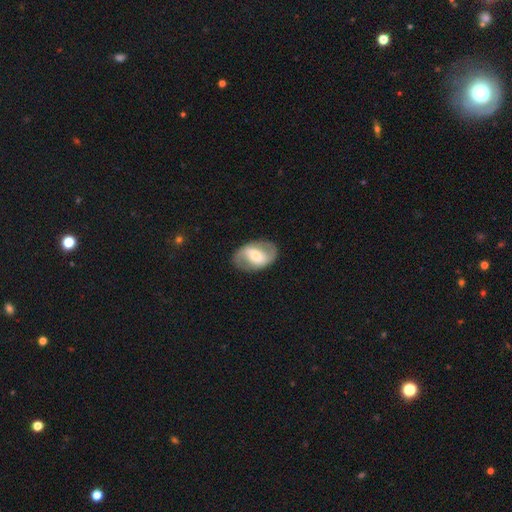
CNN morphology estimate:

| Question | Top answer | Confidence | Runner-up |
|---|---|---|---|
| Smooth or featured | featured or disk | 71% | smooth (24%) |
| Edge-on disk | no | 95% | yes (5%) |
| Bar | strong | 46% | weak (38%) |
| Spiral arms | yes | 77% | no (23%) |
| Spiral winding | medium | 44% | loose (36%) |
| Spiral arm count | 2 | 89% | can't tell (6%) |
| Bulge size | moderate | 53% | small (30%) |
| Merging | none | 84% | minor disturbance (11%) |